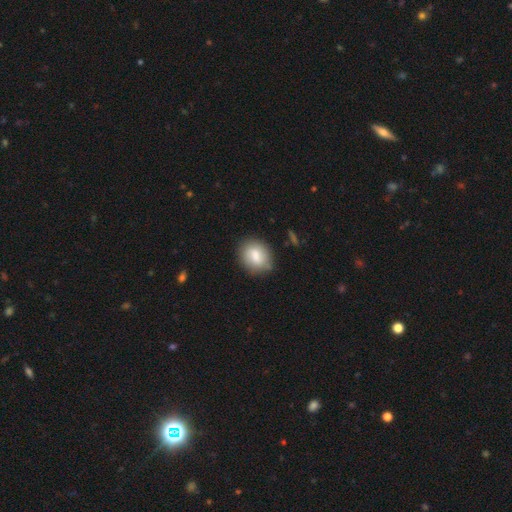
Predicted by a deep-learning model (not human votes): A smooth galaxy with no disk features (78%) that is round (56%).

Vote fractions:
- Smooth or featured? smooth: 78% / featured or disk: 15% / star or artifact: 7%
- How rounded? round: 56% / in between: 42% / cigar-shaped: 1%
- Merging? none: 76% / minor disturbance: 18% / major disturbance: 4% / merger: 3%